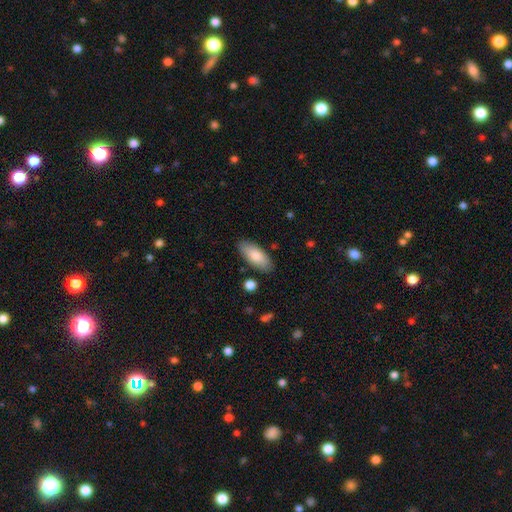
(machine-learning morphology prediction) smooth_or_featured: smooth (p=0.82) [alt: featured or disk p=0.12]
how_rounded: in between (p=0.85) [alt: cigar-shaped p=0.13]
merging: none (p=0.85) [alt: minor disturbance p=0.11]